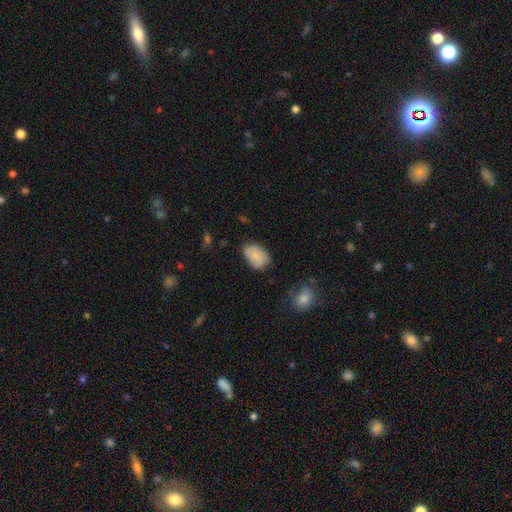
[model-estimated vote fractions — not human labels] Smooth or featured? Predicted: smooth (p=0.79). How rounded? Predicted: in between (p=0.84). Merging? Predicted: none (p=0.60).